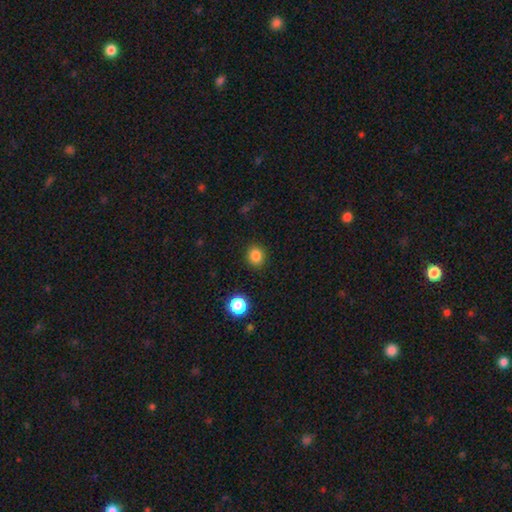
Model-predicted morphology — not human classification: Smooth or featured? smooth (84%)
How rounded? round (72%)
Merging? none (89%)